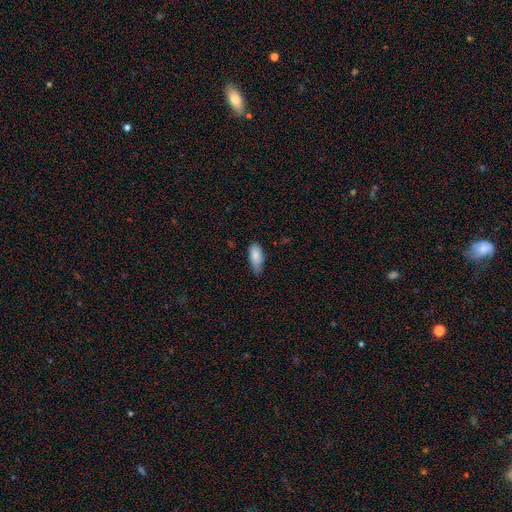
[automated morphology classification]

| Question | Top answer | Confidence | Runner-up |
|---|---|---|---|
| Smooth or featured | smooth | 84% | featured or disk (9%) |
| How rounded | in between | 88% | cigar-shaped (10%) |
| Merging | none | 50% | minor disturbance (42%) |